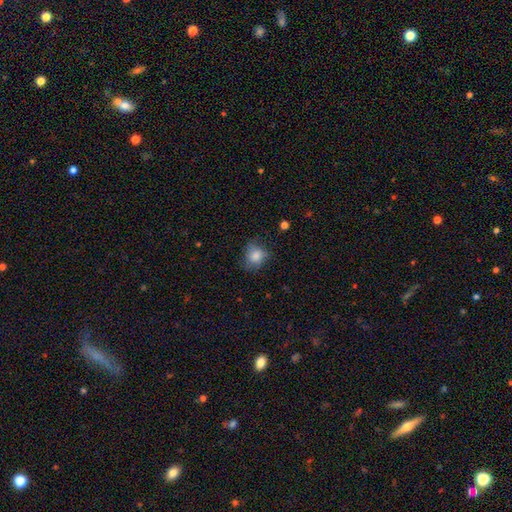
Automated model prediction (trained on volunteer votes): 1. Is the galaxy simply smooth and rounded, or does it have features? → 81% smooth, 10% featured or disk, 9% star or artifact.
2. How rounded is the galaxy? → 66% round, 33% in between, 1% cigar-shaped.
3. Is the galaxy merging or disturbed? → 63% none, 26% minor disturbance, 9% major disturbance, 2% merger.